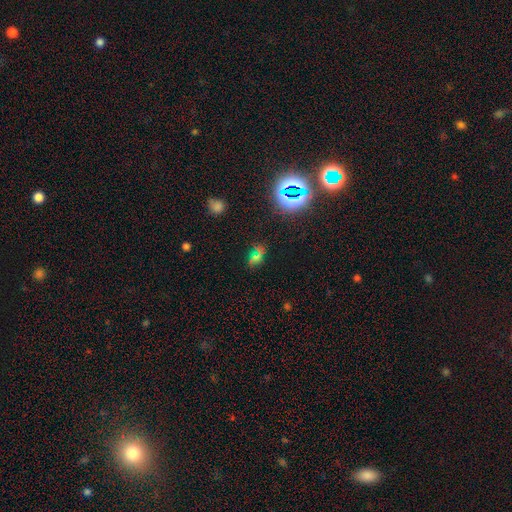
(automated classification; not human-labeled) Smooth or featured: smooth — 39% (tied with star or artifact — 39%)
Merging: none — 62% (minor disturbance — 19%)